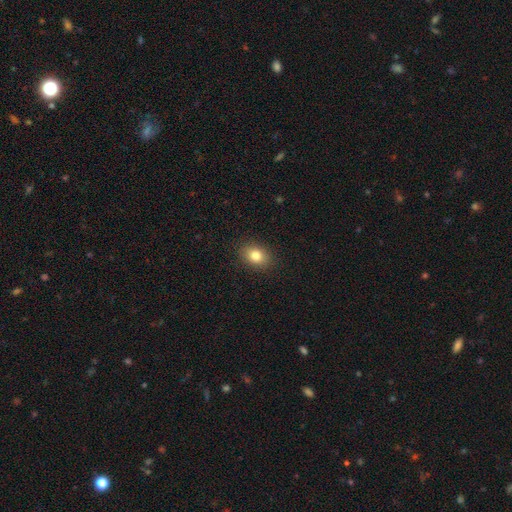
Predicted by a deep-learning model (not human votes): A smooth galaxy with no disk features (81%) that is in between round and cigar-shaped (65%).

Vote fractions:
- Smooth or featured? smooth: 81% / star or artifact: 10% / featured or disk: 9%
- How rounded? in between: 65% / round: 34% / cigar-shaped: 1%
- Merging? none: 89% / minor disturbance: 8% / major disturbance: 2% / merger: 1%